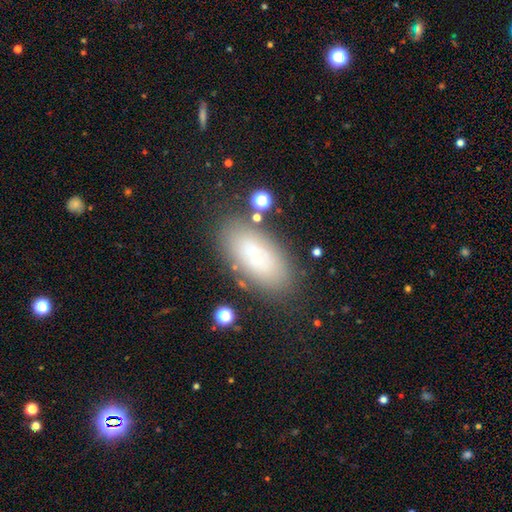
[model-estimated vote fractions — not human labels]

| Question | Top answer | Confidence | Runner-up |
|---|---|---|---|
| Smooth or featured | smooth | 77% | featured or disk (13%) |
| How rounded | in between | 90% | cigar-shaped (6%) |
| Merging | none | 77% | minor disturbance (14%) |